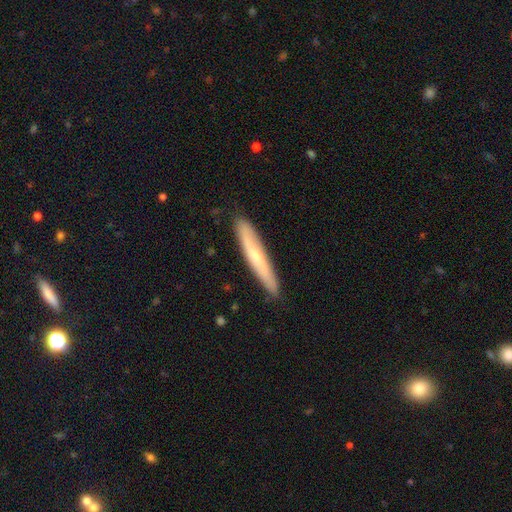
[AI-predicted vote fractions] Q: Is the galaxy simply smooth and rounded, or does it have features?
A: smooth — 51%.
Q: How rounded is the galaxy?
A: cigar-shaped — 92%.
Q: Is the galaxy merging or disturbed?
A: none — 86%.